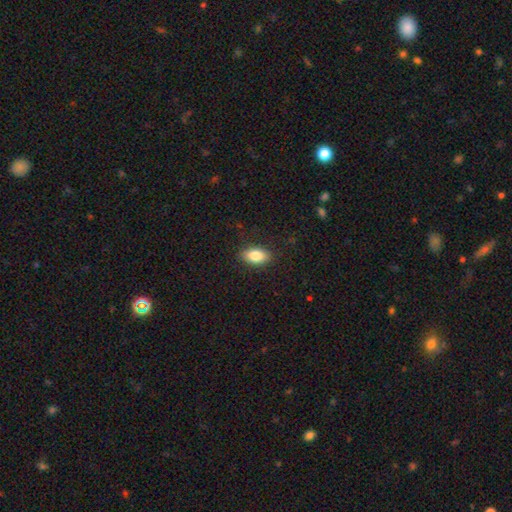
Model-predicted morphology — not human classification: This is clearly a smooth galaxy (84%). How rounded: clearly in between (90%). Merging: clearly none (88%).